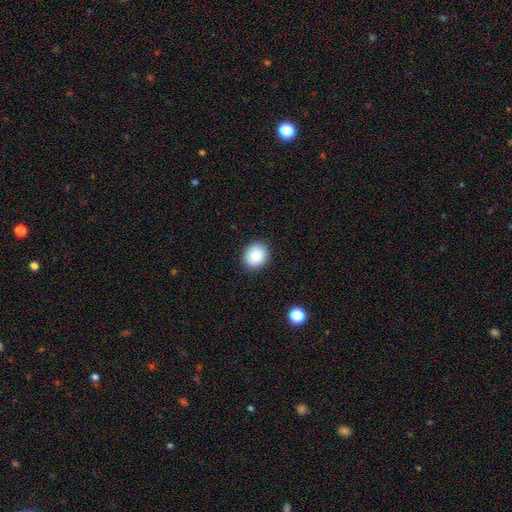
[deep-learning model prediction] Q: Smooth or featured?
A: smooth (87%); runner-up: star or artifact (8%)
Q: How rounded?
A: round (75%); runner-up: in between (24%)
Q: Merging?
A: none (91%); runner-up: minor disturbance (7%)